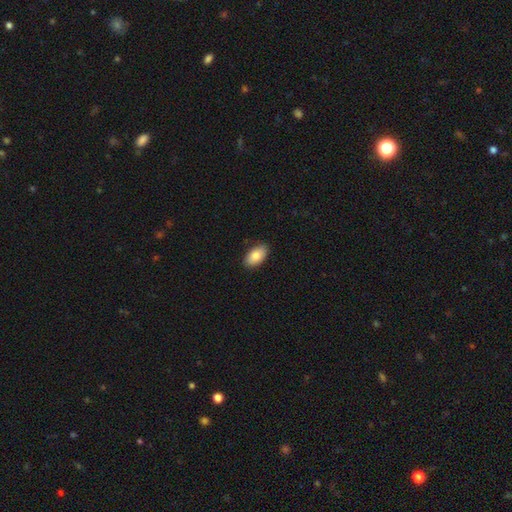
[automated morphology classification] This is clearly a smooth galaxy (85%). How rounded: clearly in between (94%). Merging: clearly none (86%).